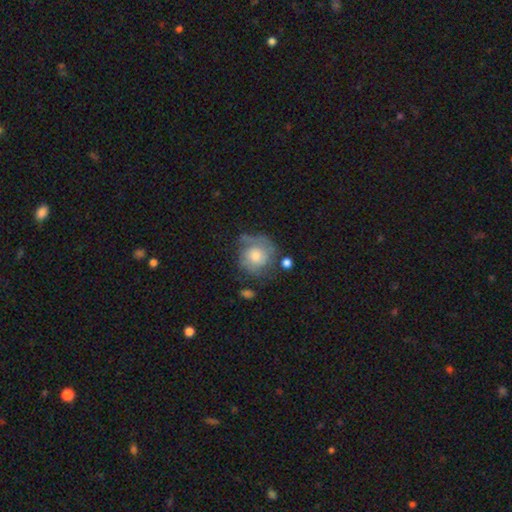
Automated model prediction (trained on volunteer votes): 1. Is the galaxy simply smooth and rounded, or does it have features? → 47% featured or disk, 45% smooth, 8% star or artifact.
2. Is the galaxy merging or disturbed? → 53% none, 25% minor disturbance, 17% major disturbance, 5% merger.